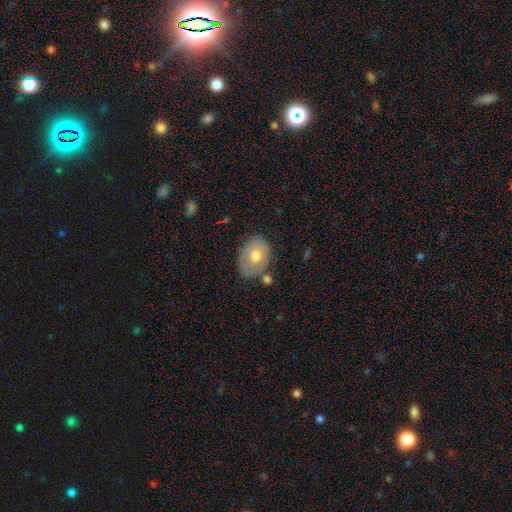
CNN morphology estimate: This is likely a smooth galaxy (60%). How rounded: likely in between (69%). Merging: likely none (70%).